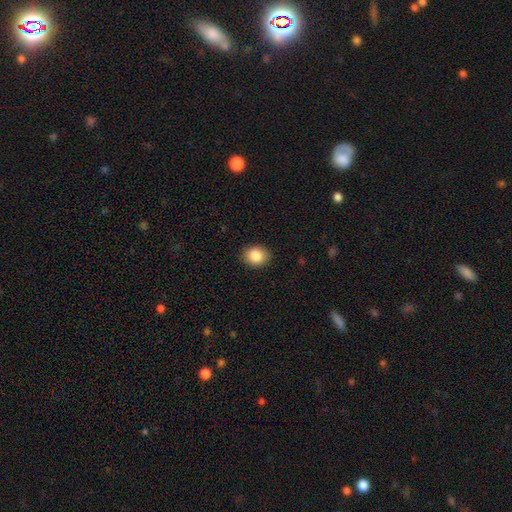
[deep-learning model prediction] A smooth galaxy with no disk features (86%) that is round (54%).

Vote fractions:
- Smooth or featured? smooth: 86% / star or artifact: 9% / featured or disk: 5%
- How rounded? round: 54% / in between: 45% / cigar-shaped: 1%
- Merging? none: 89% / minor disturbance: 8% / major disturbance: 2% / merger: 1%